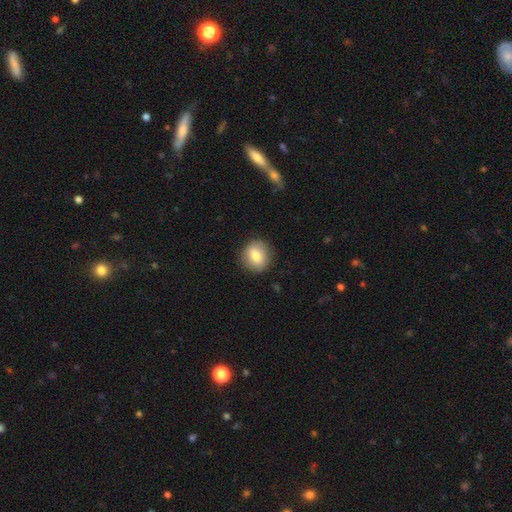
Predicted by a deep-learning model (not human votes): Smooth or featured? smooth (78%)
How rounded? round (81%)
Merging? none (87%)